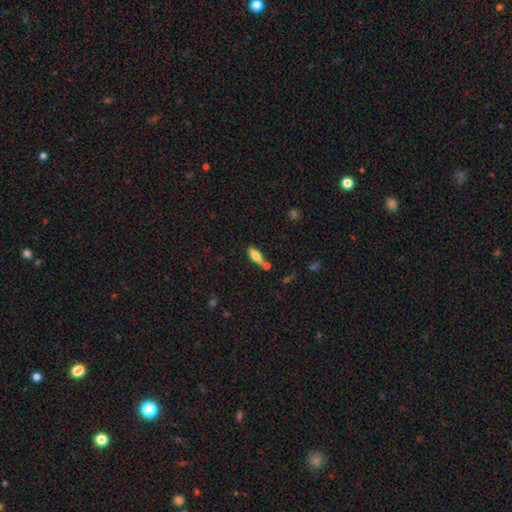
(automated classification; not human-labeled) Smooth or featured? Predicted: smooth (p=0.72). How rounded? Predicted: in between (p=0.66). Merging? Predicted: none (p=0.57).